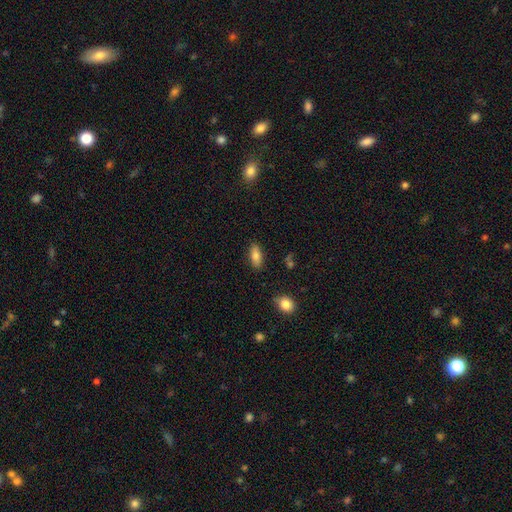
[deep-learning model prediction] smooth 81%, featured or disk 11%, star or artifact 8%. Down the decision tree: how rounded — in between (82%); merging — none (86%).